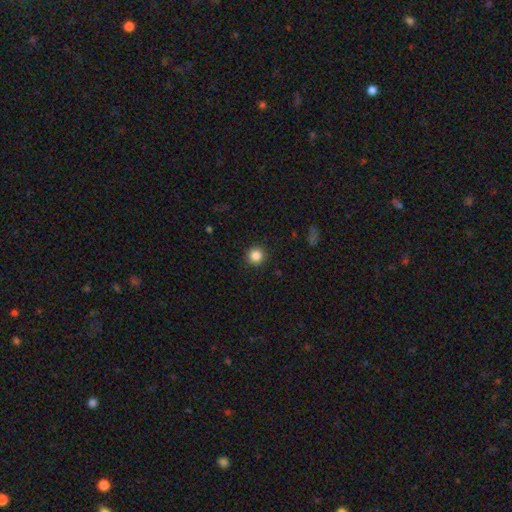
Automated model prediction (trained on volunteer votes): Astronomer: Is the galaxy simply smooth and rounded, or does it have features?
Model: smooth — 85%.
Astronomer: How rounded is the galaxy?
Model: round — 95%.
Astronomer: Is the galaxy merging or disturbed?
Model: none — 92%.